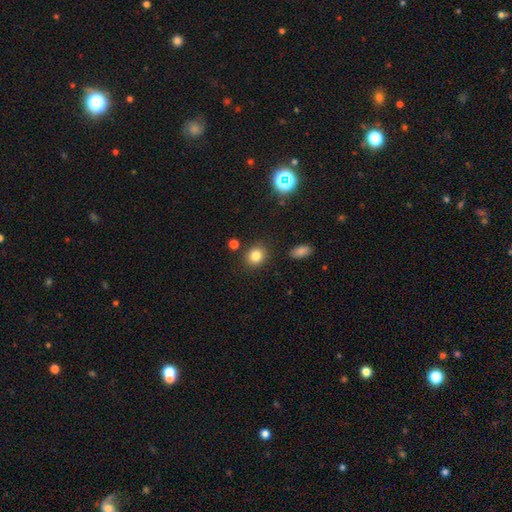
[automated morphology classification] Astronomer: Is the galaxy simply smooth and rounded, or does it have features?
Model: smooth — 82%.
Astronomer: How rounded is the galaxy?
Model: round — 76%.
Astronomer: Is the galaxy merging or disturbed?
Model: none — 86%.